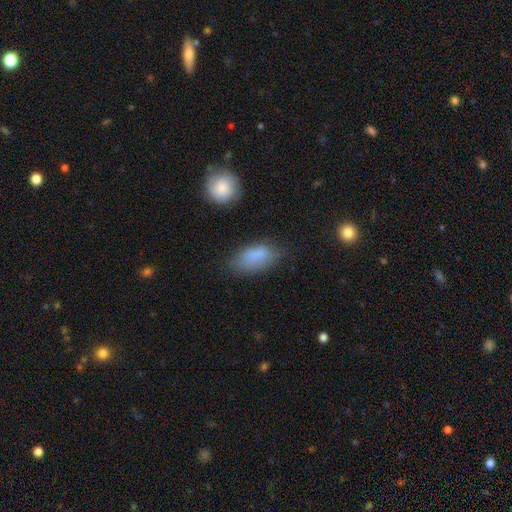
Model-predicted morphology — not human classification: Q: Smooth or featured?
A: smooth (83%); runner-up: featured or disk (9%)
Q: How rounded?
A: in between (89%); runner-up: cigar-shaped (7%)
Q: Merging?
A: none (63%); runner-up: minor disturbance (25%)